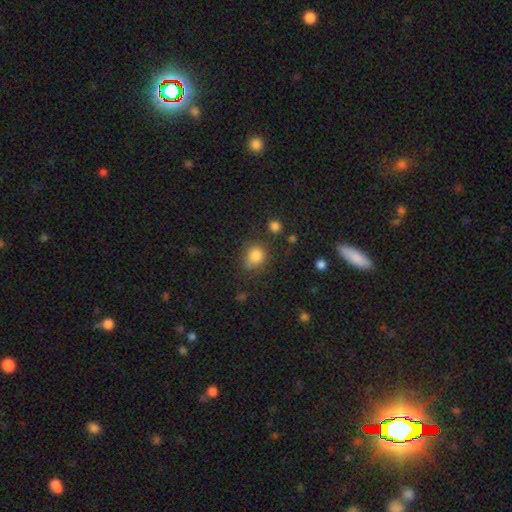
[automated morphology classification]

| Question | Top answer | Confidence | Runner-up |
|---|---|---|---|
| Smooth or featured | smooth | 82% | star or artifact (11%) |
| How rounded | round | 78% | in between (21%) |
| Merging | none | 68% | minor disturbance (18%) |